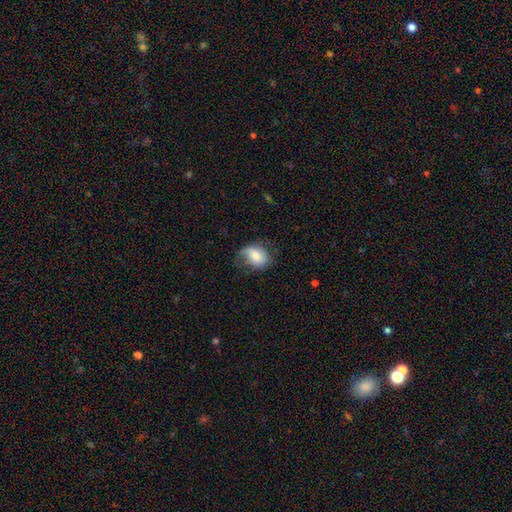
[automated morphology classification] Smooth or featured? Predicted: smooth (p=0.59). How rounded? Predicted: in between (p=0.68). Merging? Predicted: none (p=0.48).